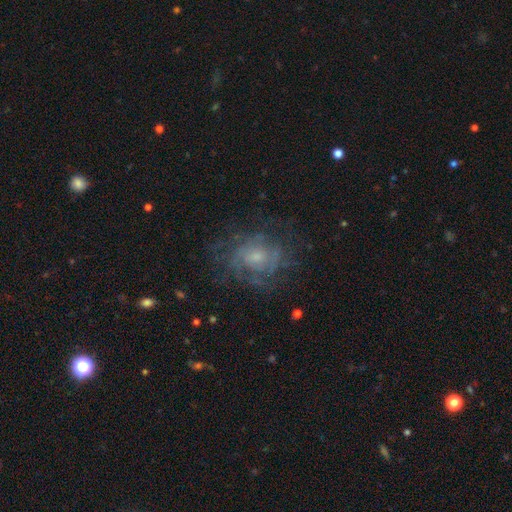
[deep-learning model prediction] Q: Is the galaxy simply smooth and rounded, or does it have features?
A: featured or disk — 65%.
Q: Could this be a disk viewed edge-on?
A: no — 97%.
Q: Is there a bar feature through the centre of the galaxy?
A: no — 74%.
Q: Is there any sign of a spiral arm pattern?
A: yes — 75%.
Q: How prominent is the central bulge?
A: small — 55%.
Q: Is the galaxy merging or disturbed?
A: none — 68%.